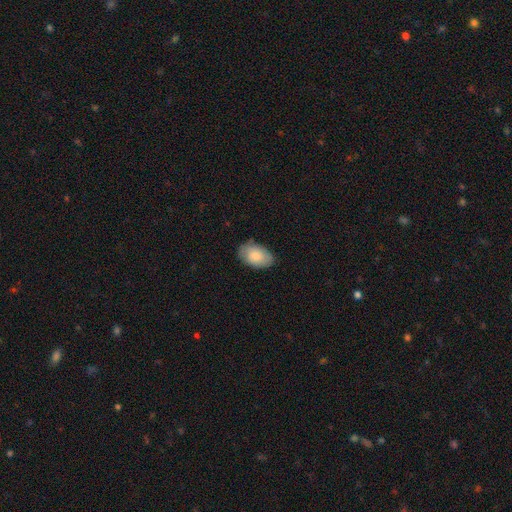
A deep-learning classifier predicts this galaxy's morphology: type=smooth (82%); roundness=in between (92%); merging=none (78%).